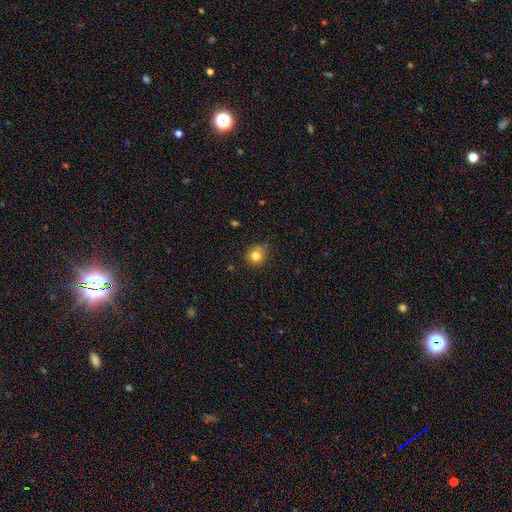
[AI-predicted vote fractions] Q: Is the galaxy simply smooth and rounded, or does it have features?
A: smooth — 80%.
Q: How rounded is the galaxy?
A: round — 82%.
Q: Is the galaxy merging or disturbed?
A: none — 70%.